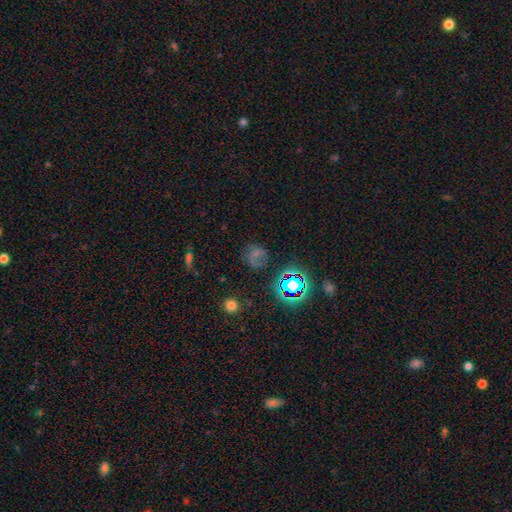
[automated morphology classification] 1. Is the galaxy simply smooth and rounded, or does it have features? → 39% smooth, 37% star or artifact, 24% featured or disk.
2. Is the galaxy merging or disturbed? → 64% none, 19% minor disturbance, 13% major disturbance, 4% merger.